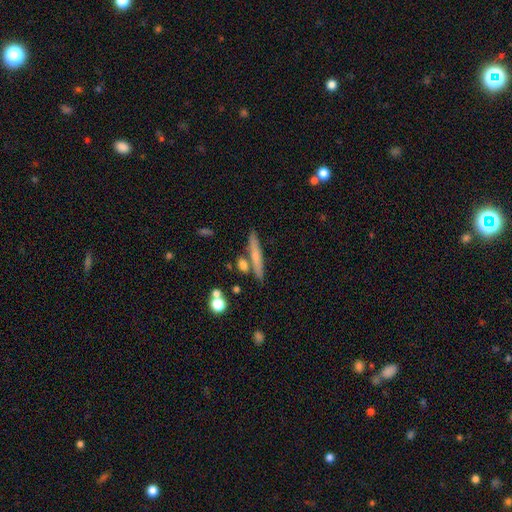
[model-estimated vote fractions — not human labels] Smooth or featured? smooth (59%)
How rounded? cigar-shaped (91%)
Merging? none (78%)